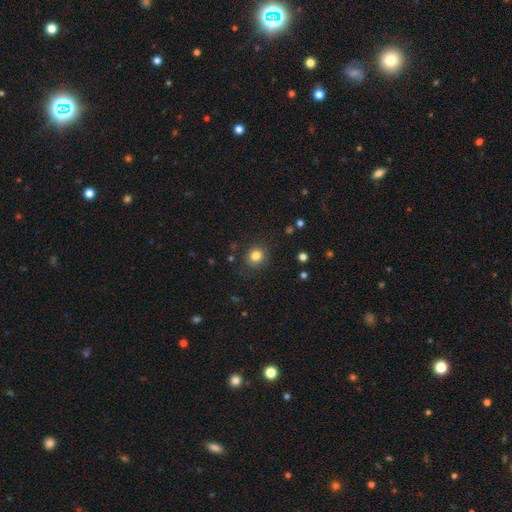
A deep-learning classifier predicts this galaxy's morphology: smooth_or_featured: smooth (p=0.81) [alt: star or artifact p=0.12]
how_rounded: round (p=0.85) [alt: in between p=0.15]
merging: none (p=0.86) [alt: minor disturbance p=0.09]